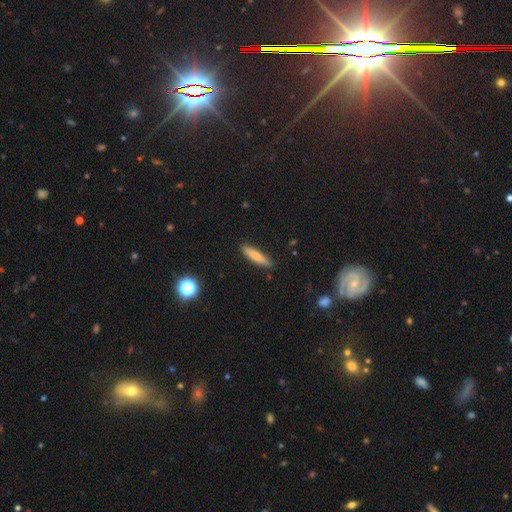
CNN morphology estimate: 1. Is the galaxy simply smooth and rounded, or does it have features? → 73% smooth, 20% featured or disk, 7% star or artifact.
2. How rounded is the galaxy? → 77% cigar-shaped, 21% in between, 2% round.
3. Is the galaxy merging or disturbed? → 89% none, 8% minor disturbance, 2% major disturbance, 1% merger.